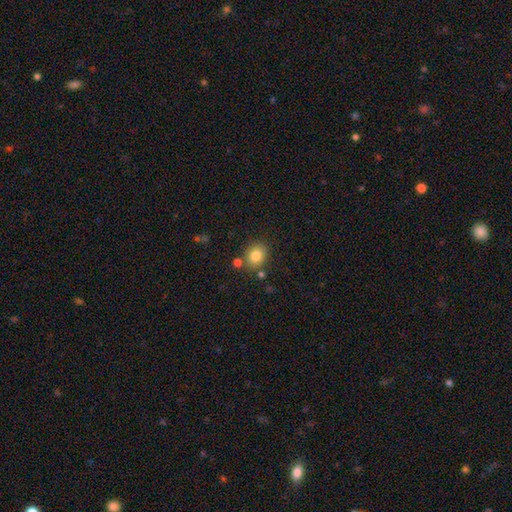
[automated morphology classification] The model was most divided on "how rounded": round: 56%, in between: 43%, cigar-shaped: 1%. More confident: smooth or featured — smooth (83%); merging — none (76%).